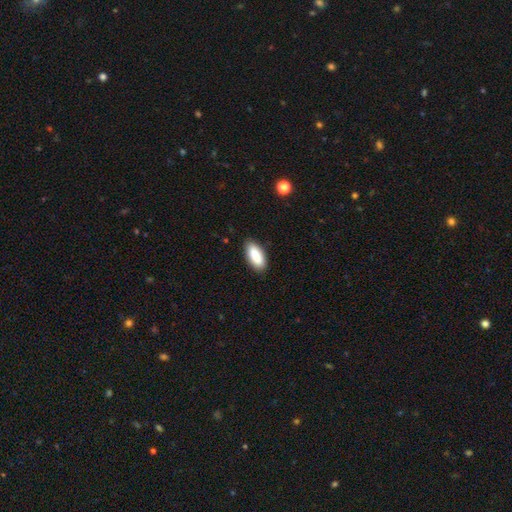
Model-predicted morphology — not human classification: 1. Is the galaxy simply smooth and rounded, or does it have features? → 86% smooth, 8% featured or disk, 6% star or artifact.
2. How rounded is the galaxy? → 86% in between, 12% cigar-shaped, 2% round.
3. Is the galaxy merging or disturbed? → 87% none, 10% minor disturbance, 2% major disturbance, 1% merger.